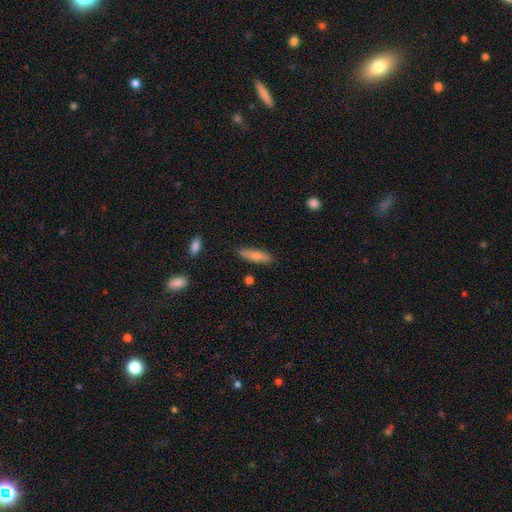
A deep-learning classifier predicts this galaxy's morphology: Smooth or featured: smooth — 76% (featured or disk — 18%)
How rounded: cigar-shaped — 69% (in between — 29%)
Merging: none — 83% (minor disturbance — 13%)